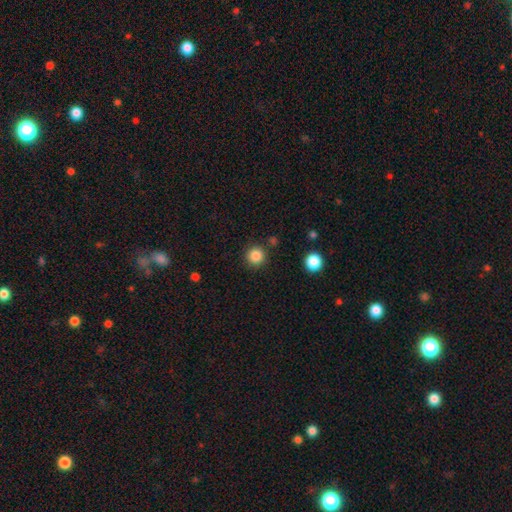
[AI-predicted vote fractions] smooth_or_featured: smooth (p=0.86) [alt: star or artifact p=0.11]
how_rounded: round (p=0.94) [alt: in between p=0.05]
merging: none (p=0.88) [alt: minor disturbance p=0.07]